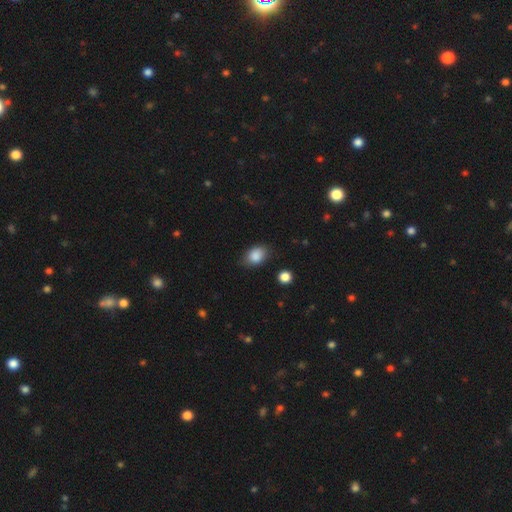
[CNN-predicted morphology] This appears to be a smooth galaxy with no disk features (86%) that is in between round and cigar-shaped (74%). Merging: none (75%).